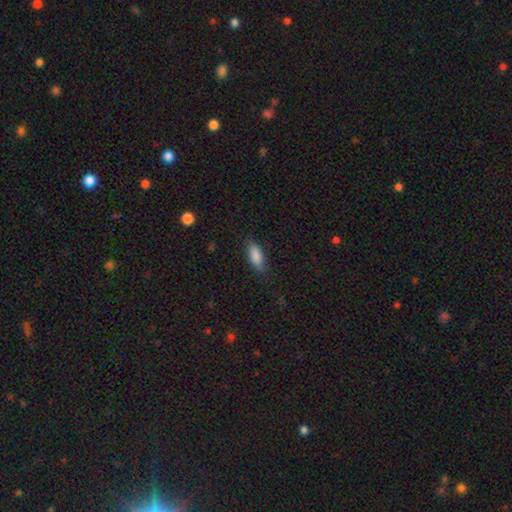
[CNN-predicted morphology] Smooth or featured?
  - smooth: 86% *
  - star or artifact: 7%
  - featured or disk: 7%
How rounded?
  - in between: 79% *
  - cigar-shaped: 19%
  - round: 2%
Merging?
  - none: 78% *
  - minor disturbance: 17%
  - major disturbance: 4%
  - merger: 1%